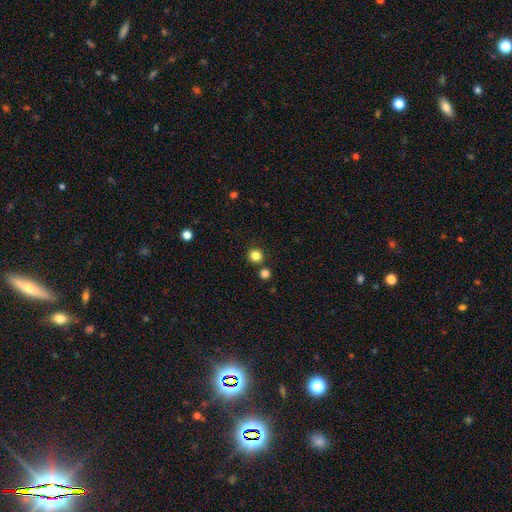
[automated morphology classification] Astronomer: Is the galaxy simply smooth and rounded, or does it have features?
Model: smooth — 83%.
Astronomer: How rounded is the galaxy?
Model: round — 89%.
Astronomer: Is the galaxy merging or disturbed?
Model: none — 82%.